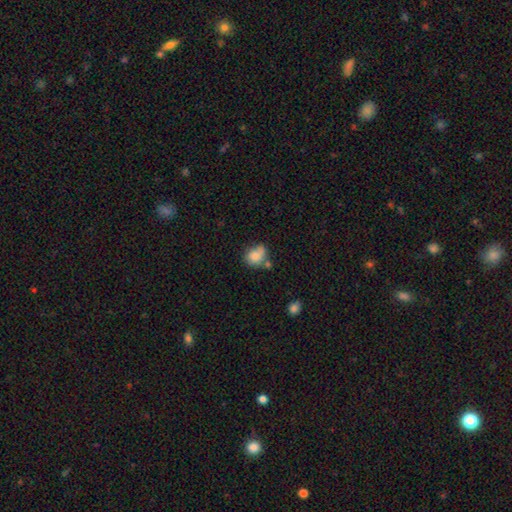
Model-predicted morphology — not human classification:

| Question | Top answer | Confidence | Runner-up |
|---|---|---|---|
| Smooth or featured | smooth | 80% | featured or disk (11%) |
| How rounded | in between | 51% | round (48%) |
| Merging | none | 42% | minor disturbance (28%) |